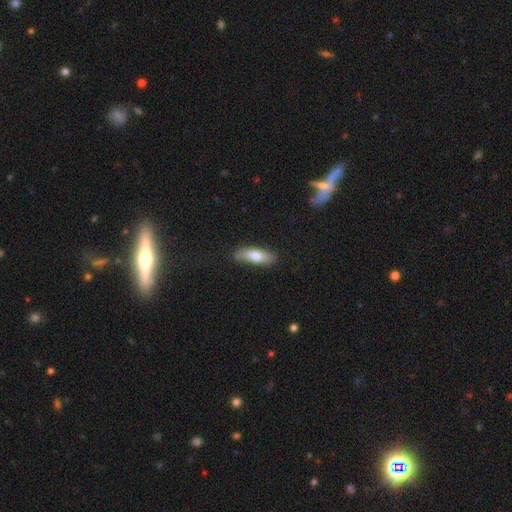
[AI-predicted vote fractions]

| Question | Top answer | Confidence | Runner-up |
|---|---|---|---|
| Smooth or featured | smooth | 74% | featured or disk (20%) |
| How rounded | in between | 56% | cigar-shaped (42%) |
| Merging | none | 81% | minor disturbance (14%) |